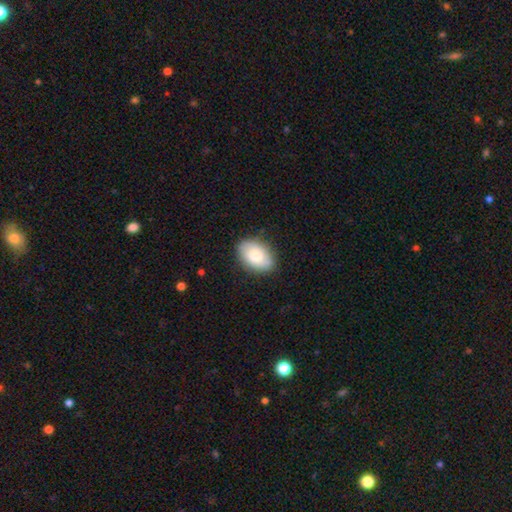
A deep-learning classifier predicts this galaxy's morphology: A smooth galaxy with no disk features (75%) that is in between round and cigar-shaped (87%).

Vote fractions:
- Smooth or featured? smooth: 75% / featured or disk: 19% / star or artifact: 6%
- How rounded? in between: 87% / round: 12% / cigar-shaped: 1%
- Merging? none: 83% / minor disturbance: 13% / major disturbance: 3% / merger: 1%